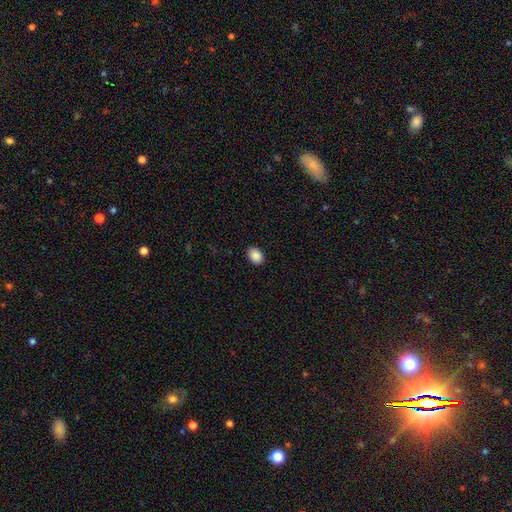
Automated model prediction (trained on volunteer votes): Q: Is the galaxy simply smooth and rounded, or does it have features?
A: smooth — 89%.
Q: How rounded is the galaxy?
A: in between — 79%.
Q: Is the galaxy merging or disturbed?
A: none — 88%.